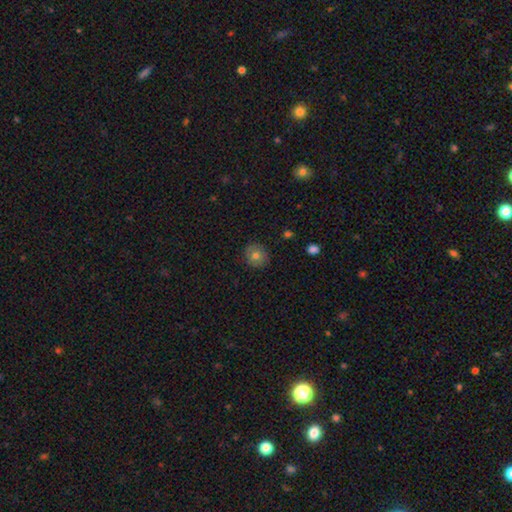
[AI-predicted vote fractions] Smooth or featured?
  - smooth: 72% *
  - featured or disk: 17%
  - star or artifact: 11%
How rounded?
  - round: 86% *
  - in between: 13%
  - cigar-shaped: 1%
Merging?
  - none: 87% *
  - minor disturbance: 10%
  - major disturbance: 2%
  - merger: 1%